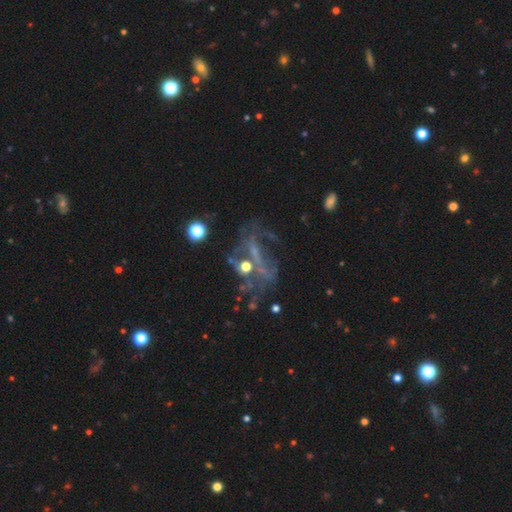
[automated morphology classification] Q: Smooth or featured?
A: featured or disk (62%); runner-up: star or artifact (26%)
Q: Edge-on disk?
A: no (88%); runner-up: yes (12%)
Q: Bar?
A: no (51%); runner-up: weak (30%)
Q: Spiral arms?
A: no (55%); runner-up: yes (45%)
Q: Bulge size?
A: small (55%); runner-up: moderate (23%)
Q: Merging?
A: none (37%); runner-up: major disturbance (36%)